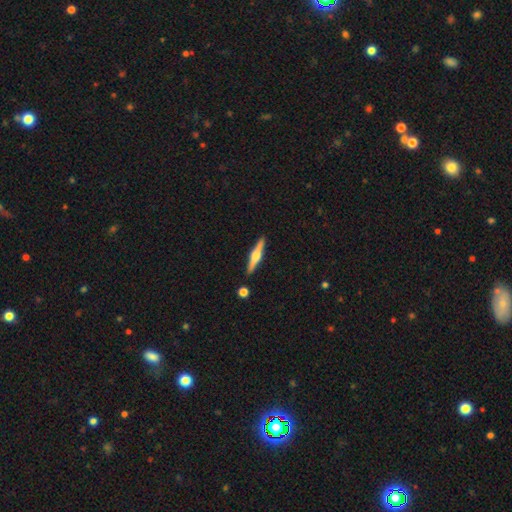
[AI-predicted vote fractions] Smooth or featured? Predicted: featured or disk (p=0.69). Edge-on disk? Predicted: yes (p=0.98). Edge-on bulge? Predicted: rounded (p=0.91). Merging? Predicted: none (p=0.89).